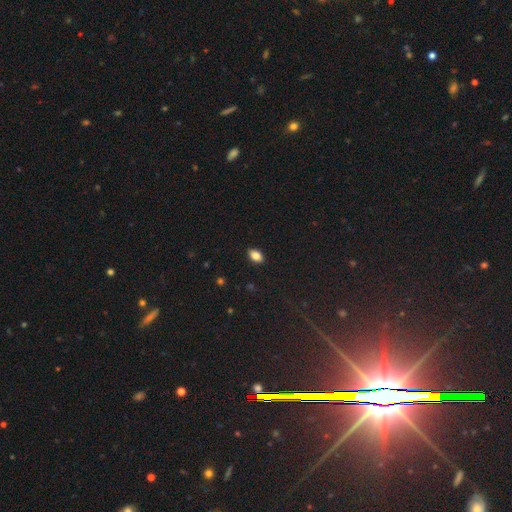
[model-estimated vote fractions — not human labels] A smooth galaxy with no disk features (84%) that is in between round and cigar-shaped (86%). Merging: none (88%).